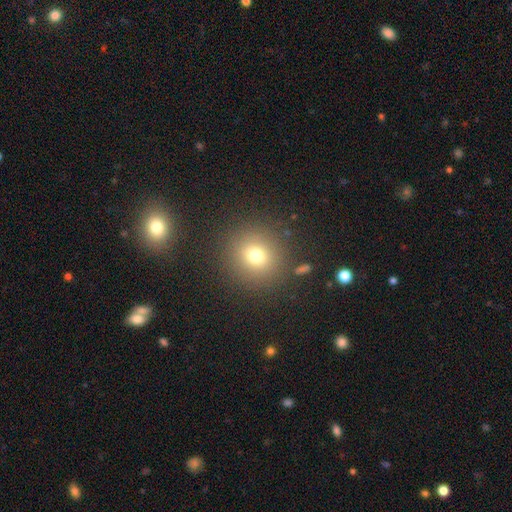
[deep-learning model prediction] A smooth galaxy with no disk features (73%) that is round (92%).

Vote fractions:
- Smooth or featured? smooth: 73% / star or artifact: 17% / featured or disk: 10%
- How rounded? round: 92% / in between: 7% / cigar-shaped: 1%
- Merging? none: 86% / minor disturbance: 7% / major disturbance: 4% / merger: 3%